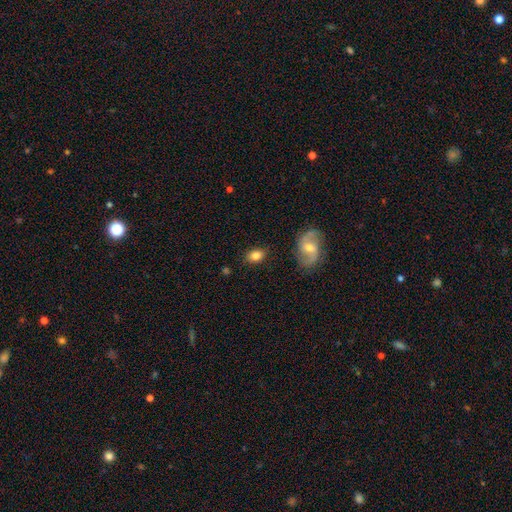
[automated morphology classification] The model was most divided on "how rounded": in between: 78%, round: 21%, cigar-shaped: 2%. More confident: merging — none (83%); smooth or featured — smooth (80%).